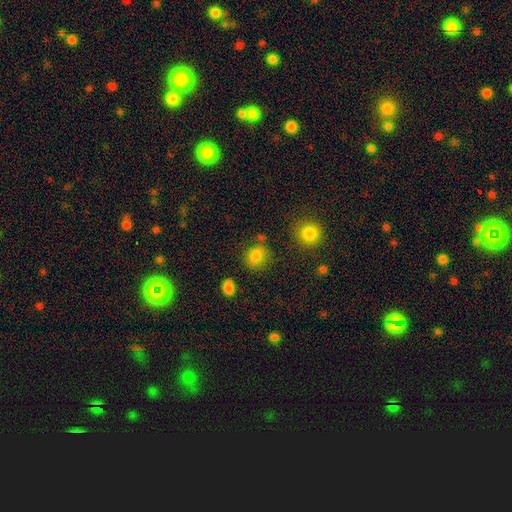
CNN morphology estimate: Smooth or featured?
  - smooth: 82% *
  - star or artifact: 12%
  - featured or disk: 6%
How rounded?
  - round: 79% *
  - in between: 20%
  - cigar-shaped: 1%
Merging?
  - none: 74% *
  - minor disturbance: 14%
  - merger: 7%
  - major disturbance: 4%